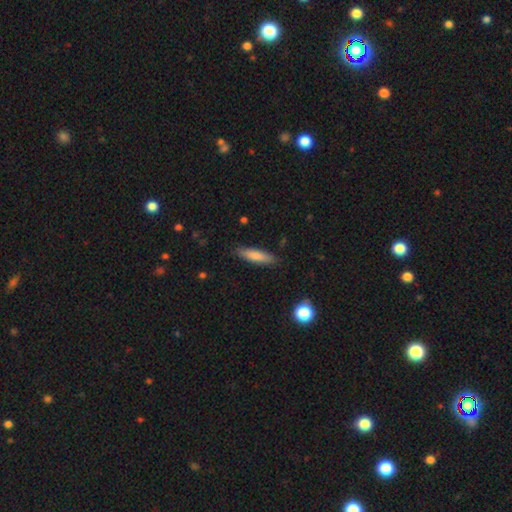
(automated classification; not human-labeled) Smooth or featured: smooth — 80% (featured or disk — 13%)
How rounded: cigar-shaped — 70% (in between — 29%)
Merging: none — 86% (minor disturbance — 10%)